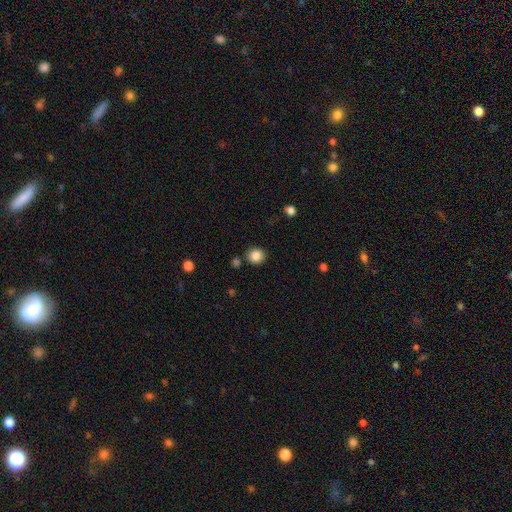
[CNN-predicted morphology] Smooth or featured? smooth (86%)
How rounded? round (87%)
Merging? none (84%)